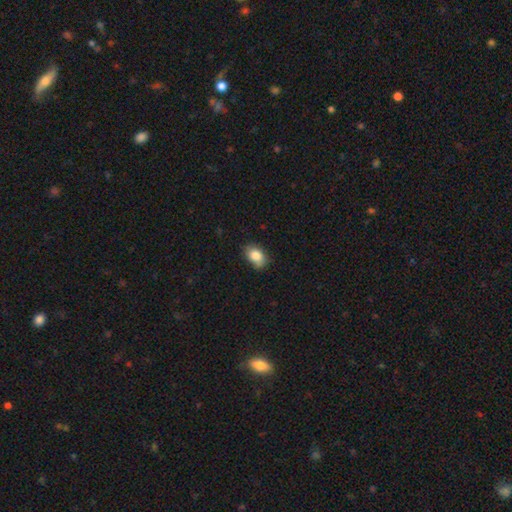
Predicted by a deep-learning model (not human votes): Morphology: type=smooth (84%); roundness=in between (81%); merging=none (73%).